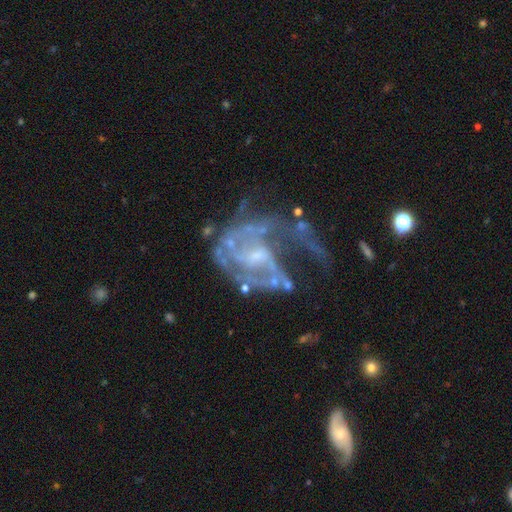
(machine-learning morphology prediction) smooth-or-featured: featured or disk: 84% | star or artifact: 9% | smooth: 7%
  disk-edge-on: no: 98% | yes: 2%
    bar: no: 49% | weak: 41% | strong: 10%
    has-spiral-arms: yes: 82% | no: 18%
      spiral-winding: medium: 43% | loose: 31% | tight: 26%
      spiral-arm-count: 2: 36% | can't tell: 27% | 1: 19% | 3: 10% | 4: 4% | more than 4: 4%
    bulge-size: small: 53% | moderate: 26% | none: 18% | large: 2% | dominant: 1%
  merging: major disturbance: 46% | none: 29% | minor disturbance: 18% | merger: 8%